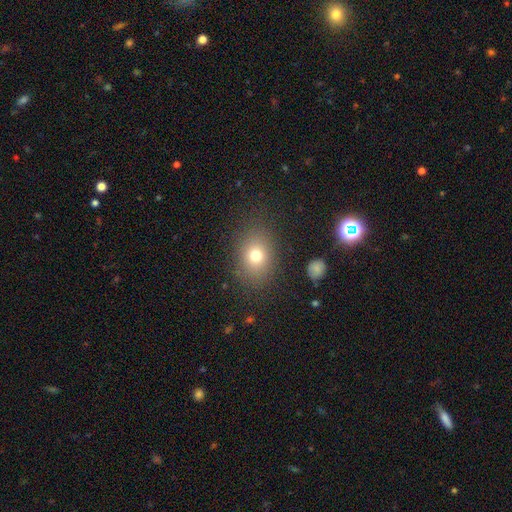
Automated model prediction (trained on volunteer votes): Smooth or featured? smooth (74%)
How rounded? in between (57%)
Merging? none (82%)